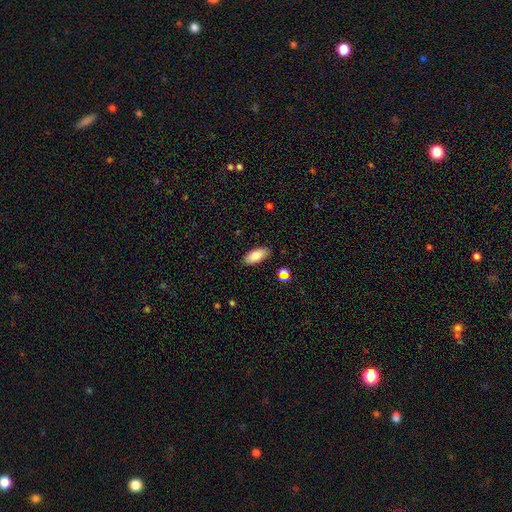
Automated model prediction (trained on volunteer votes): Smooth or featured? smooth (82%)
How rounded? in between (89%)
Merging? none (86%)